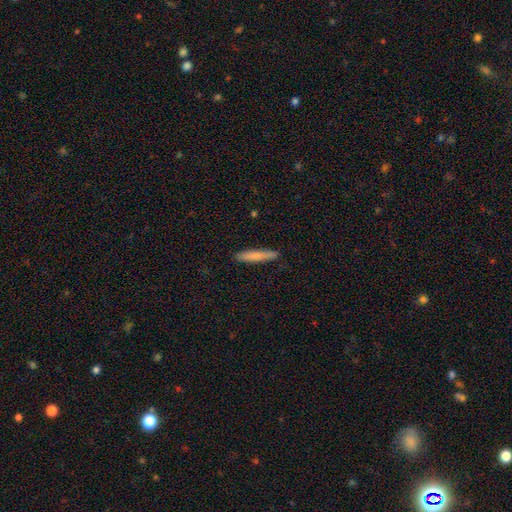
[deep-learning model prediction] A smooth galaxy with no disk features (76%) that is cigar-shaped (94%).

Vote fractions:
- Smooth or featured? smooth: 76% / featured or disk: 18% / star or artifact: 6%
- How rounded? cigar-shaped: 94% / in between: 5% / round: 1%
- Merging? none: 89% / minor disturbance: 8% / major disturbance: 2% / merger: 1%